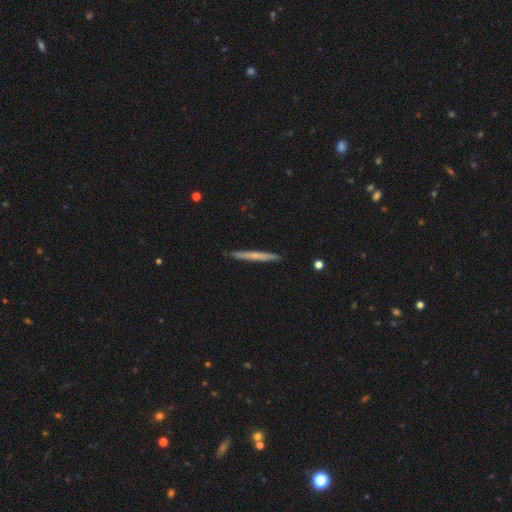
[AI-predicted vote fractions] Q: Smooth or featured?
A: smooth (61%); runner-up: featured or disk (34%)
Q: How rounded?
A: cigar-shaped (97%); runner-up: in between (2%)
Q: Merging?
A: none (91%); runner-up: minor disturbance (7%)